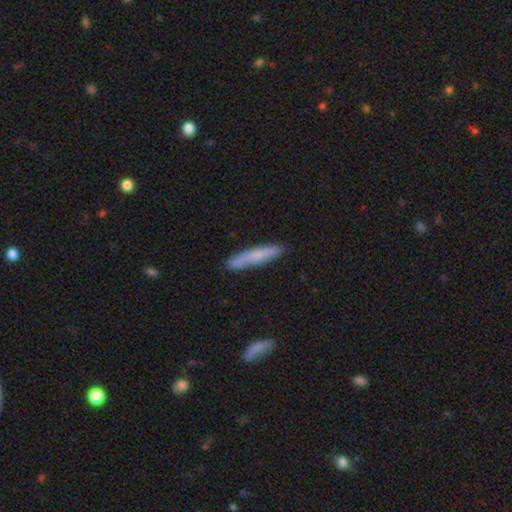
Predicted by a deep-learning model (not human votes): Overall: smooth (63%; featured or disk 31%). How rounded: cigar-shaped (92%). Merging: none (83%).